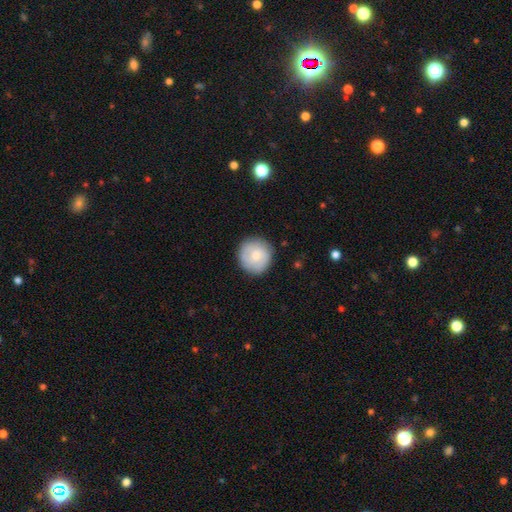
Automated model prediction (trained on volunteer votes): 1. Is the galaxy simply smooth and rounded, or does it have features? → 64% smooth, 30% featured or disk, 6% star or artifact.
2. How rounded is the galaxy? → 93% round, 6% in between, 1% cigar-shaped.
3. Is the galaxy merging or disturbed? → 85% none, 11% minor disturbance, 3% major disturbance, 1% merger.